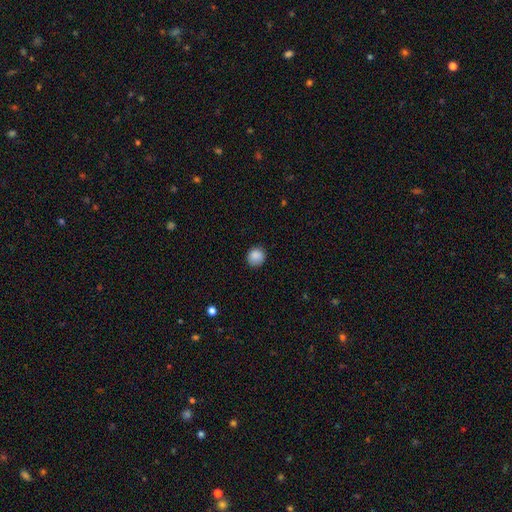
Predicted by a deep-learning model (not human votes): smooth_or_featured: smooth (p=0.88) [alt: star or artifact p=0.09]
how_rounded: round (p=0.86) [alt: in between p=0.13]
merging: none (p=0.86) [alt: minor disturbance p=0.10]